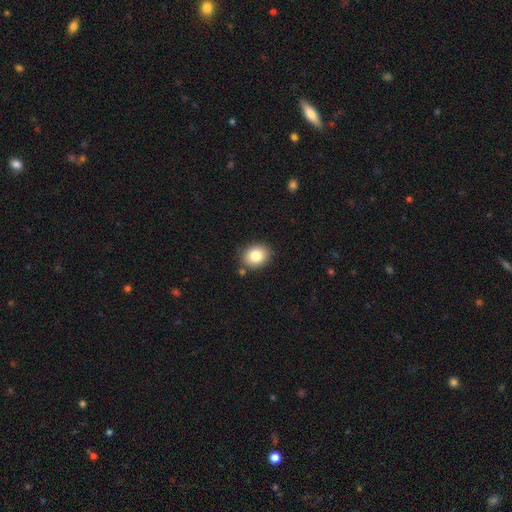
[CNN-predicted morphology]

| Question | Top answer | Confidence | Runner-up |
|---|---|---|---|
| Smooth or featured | smooth | 83% | star or artifact (9%) |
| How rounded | round | 57% | in between (42%) |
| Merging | none | 83% | minor disturbance (11%) |